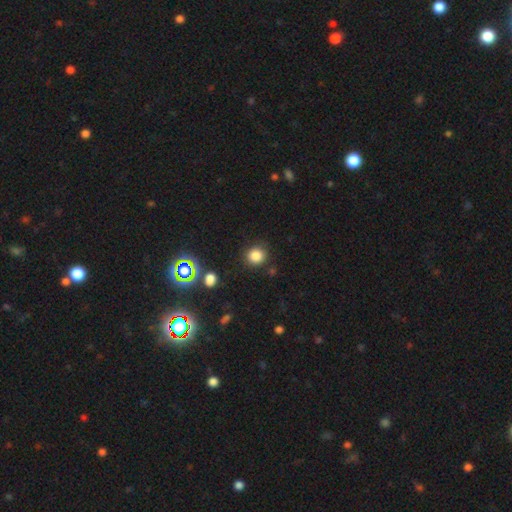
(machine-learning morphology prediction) smooth_or_featured: smooth (p=0.80) [alt: star or artifact p=0.15]
how_rounded: round (p=0.89) [alt: in between p=0.10]
merging: none (p=0.86) [alt: minor disturbance p=0.09]